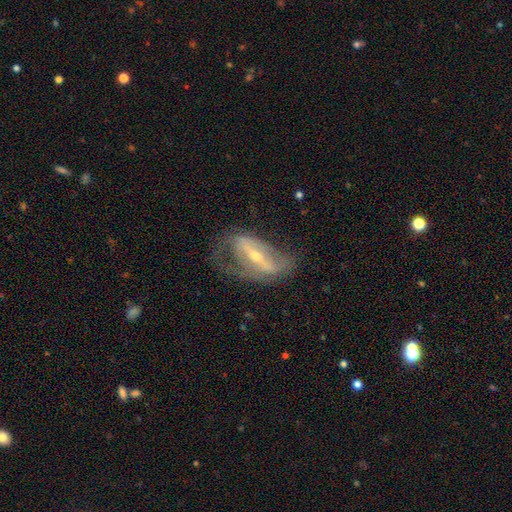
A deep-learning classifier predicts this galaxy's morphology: The model was most divided on "merging": none: 44%, major disturbance: 29%, minor disturbance: 25%, merger: 2%. More confident: edge-on disk — no (86%); smooth or featured — featured or disk (79%); spiral arms — yes (70%); bar — strong (64%); bulge size — small (59%).